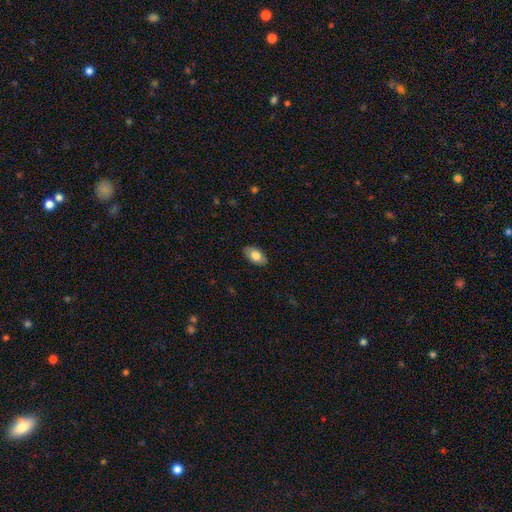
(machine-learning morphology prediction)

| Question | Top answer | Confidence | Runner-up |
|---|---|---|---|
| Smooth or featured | smooth | 79% | featured or disk (15%) |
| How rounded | in between | 93% | round (4%) |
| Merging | none | 87% | minor disturbance (10%) |